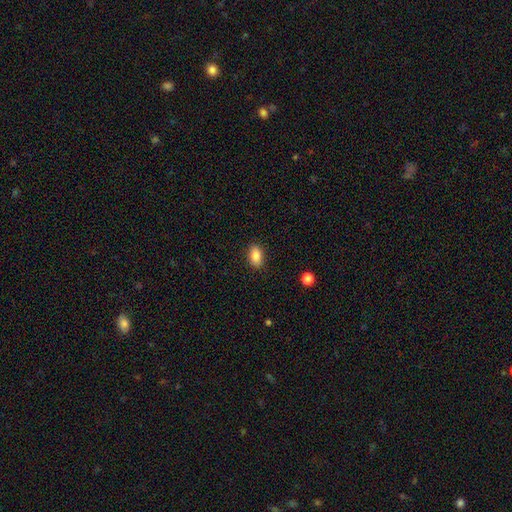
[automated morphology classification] Smooth or featured? Predicted: smooth (p=0.86). How rounded? Predicted: in between (p=0.90). Merging? Predicted: none (p=0.89).